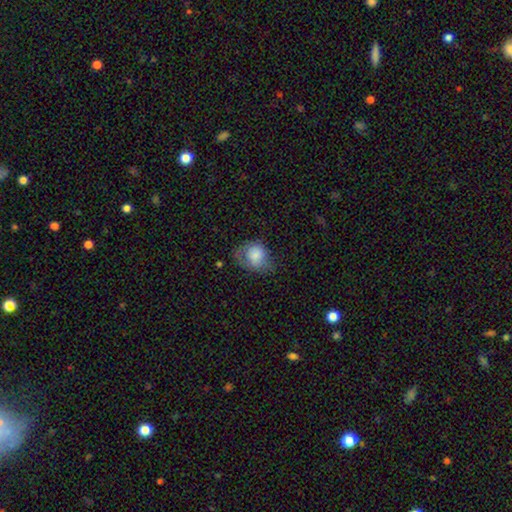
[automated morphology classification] A smooth galaxy with no disk features (74%) that is round (52%).

Vote fractions:
- Smooth or featured? smooth: 74% / featured or disk: 18% / star or artifact: 8%
- How rounded? round: 52% / in between: 47% / cigar-shaped: 1%
- Merging? none: 40% / minor disturbance: 34% / major disturbance: 24% / merger: 2%